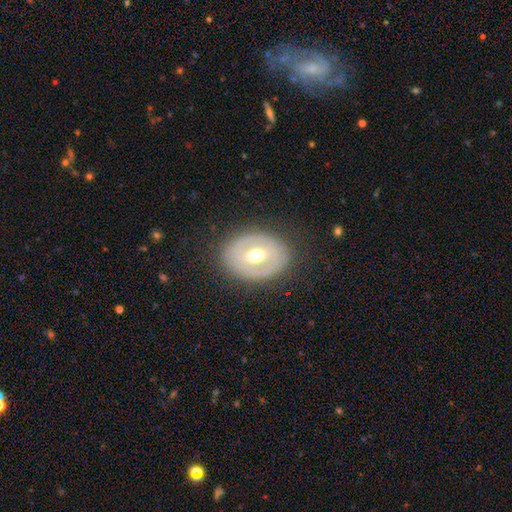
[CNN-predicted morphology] smooth-or-featured: featured or disk: 60% | smooth: 34% | star or artifact: 7%
  disk-edge-on: no: 92% | yes: 8%
    bar: no: 45% | weak: 33% | strong: 22%
    has-spiral-arms: no: 80% | yes: 20%
    bulge-size: moderate: 70% | small: 23% | large: 5% | dominant: 1% | none: 1%
  merging: none: 81% | minor disturbance: 13% | major disturbance: 5% | merger: 1%